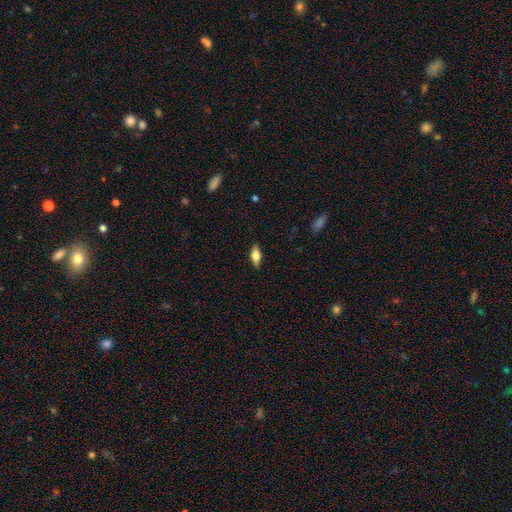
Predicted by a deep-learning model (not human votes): smooth-or-featured: smooth: 60% | featured or disk: 32% | star or artifact: 7%
  how-rounded: in between: 75% | cigar-shaped: 22% | round: 4%
  merging: none: 88% | minor disturbance: 9% | major disturbance: 2% | merger: 1%